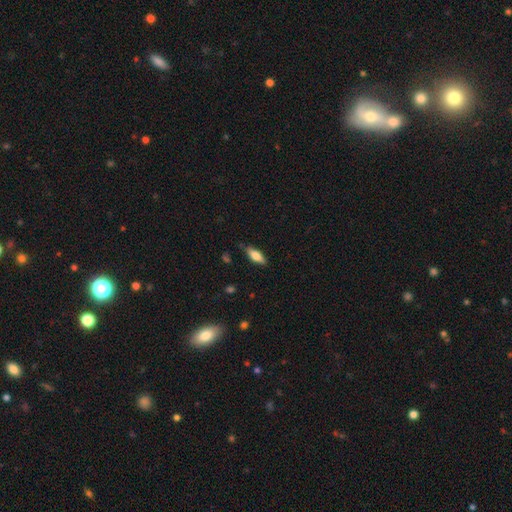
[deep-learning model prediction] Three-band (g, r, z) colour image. It shows a smooth galaxy with no disk features (71%) that is in between round and cigar-shaped (67%). Merging: none (82%).